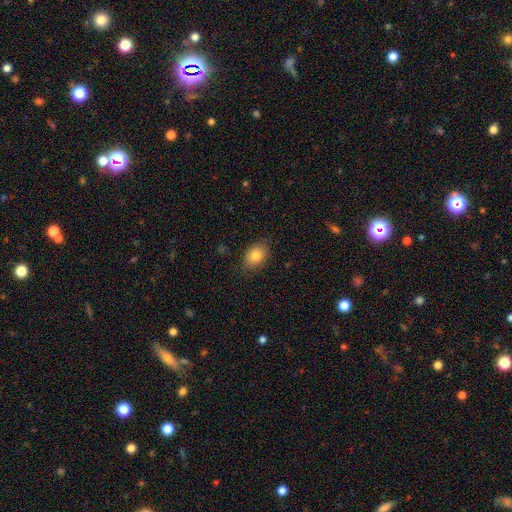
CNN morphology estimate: smooth-or-featured: smooth: 82% | featured or disk: 9% | star or artifact: 9%
  how-rounded: in between: 76% | round: 22% | cigar-shaped: 1%
  merging: none: 82% | minor disturbance: 14% | major disturbance: 3% | merger: 1%